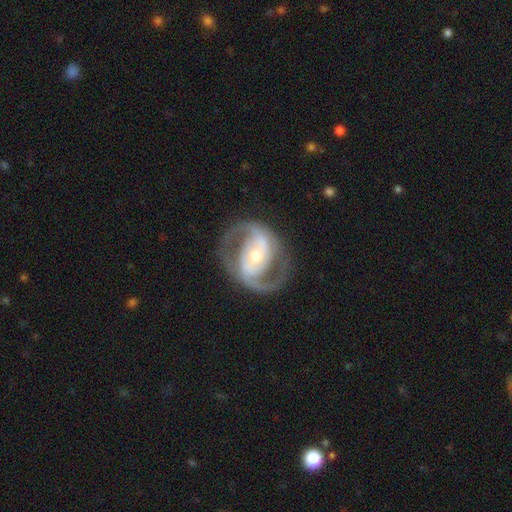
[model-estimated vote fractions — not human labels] smooth-or-featured: featured or disk: 89% | smooth: 6% | star or artifact: 4%
  disk-edge-on: no: 97% | yes: 3%
    bar: no: 35% | weak: 34% | strong: 32%
    has-spiral-arms: yes: 94% | no: 6%
      spiral-winding: medium: 56% | tight: 24% | loose: 20%
      spiral-arm-count: 2: 92% | can't tell: 3% | 1: 2% | 3: 1% | 4: 1% | more than 4: 1%
    bulge-size: moderate: 62% | small: 30% | large: 6% | dominant: 1% | none: 1%
  merging: none: 80% | minor disturbance: 12% | major disturbance: 7% | merger: 1%